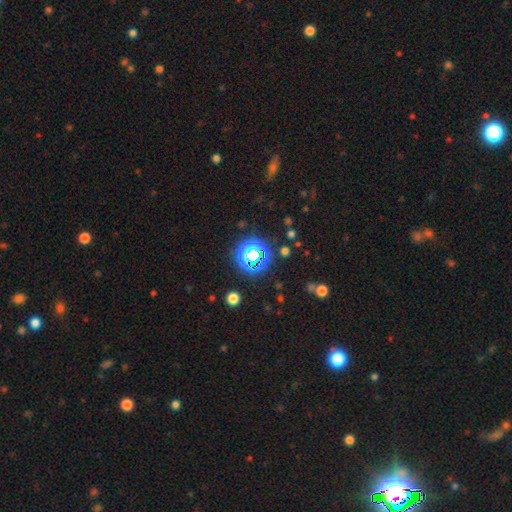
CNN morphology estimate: smooth-or-featured: star or artifact: 66% | smooth: 24% | featured or disk: 10%